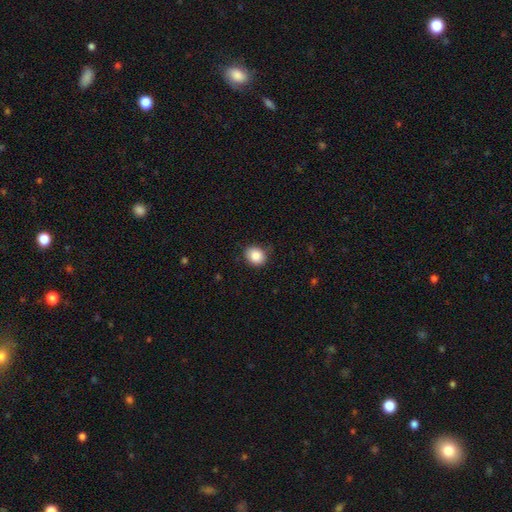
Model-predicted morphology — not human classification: smooth_or_featured: smooth (p=0.87) [alt: star or artifact p=0.09]
how_rounded: round (p=0.58) [alt: in between p=0.41]
merging: none (p=0.80) [alt: minor disturbance p=0.16]